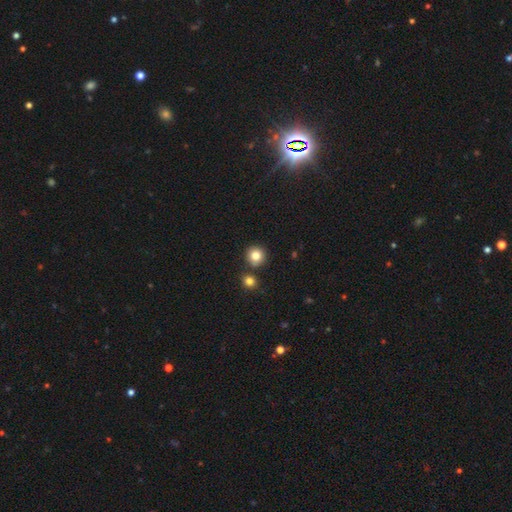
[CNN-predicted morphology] The model was most divided on "merging": none: 82%, merger: 9%, minor disturbance: 7%, major disturbance: 2%. More confident: how rounded — round (93%); smooth or featured — smooth (83%).